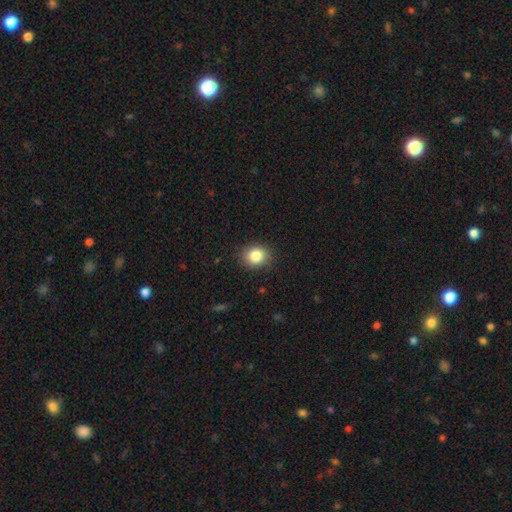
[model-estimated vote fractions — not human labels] A smooth galaxy with no disk features (84%) that is round (66%).

Vote fractions:
- Smooth or featured? smooth: 84% / star or artifact: 10% / featured or disk: 6%
- How rounded? round: 66% / in between: 33% / cigar-shaped: 1%
- Merging? none: 87% / minor disturbance: 9% / major disturbance: 3% / merger: 1%